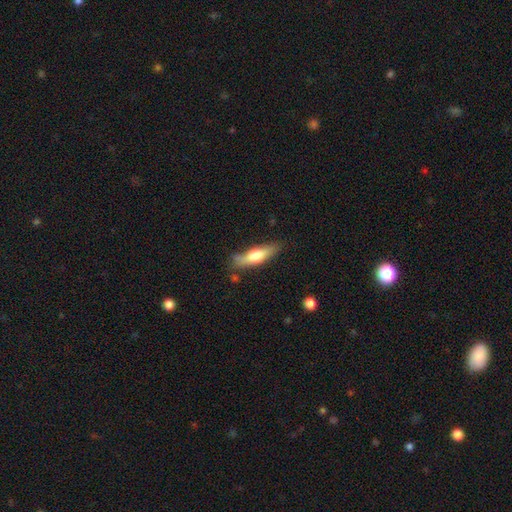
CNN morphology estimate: smooth_or_featured: smooth (p=0.52) [alt: featured or disk p=0.42]
how_rounded: cigar-shaped (p=0.66) [alt: in between p=0.31]
merging: none (p=0.72) [alt: minor disturbance p=0.19]